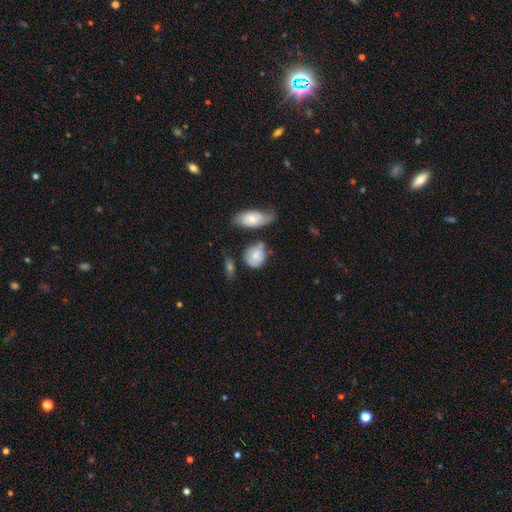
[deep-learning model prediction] Smooth or featured?
  - smooth: 76% *
  - featured or disk: 16%
  - star or artifact: 8%
How rounded?
  - round: 60% *
  - in between: 38%
  - cigar-shaped: 2%
Merging?
  - none: 47% *
  - minor disturbance: 28%
  - merger: 14%
  - major disturbance: 11%